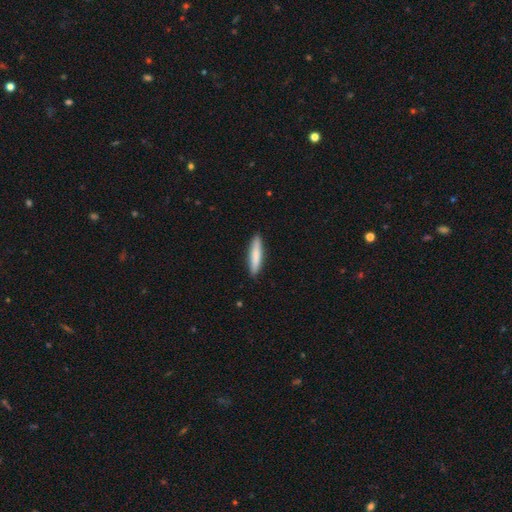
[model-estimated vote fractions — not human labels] Smooth or featured: smooth — 81% (featured or disk — 14%)
How rounded: cigar-shaped — 88% (in between — 11%)
Merging: none — 90% (minor disturbance — 7%)